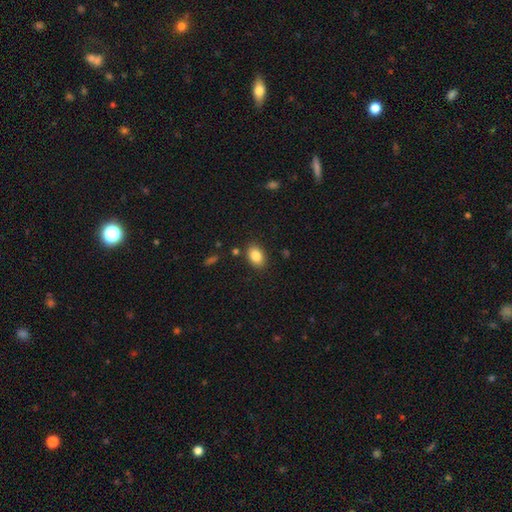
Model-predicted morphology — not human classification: A smooth galaxy with no disk features (85%) that is in between round and cigar-shaped (82%). Merging: none (85%).